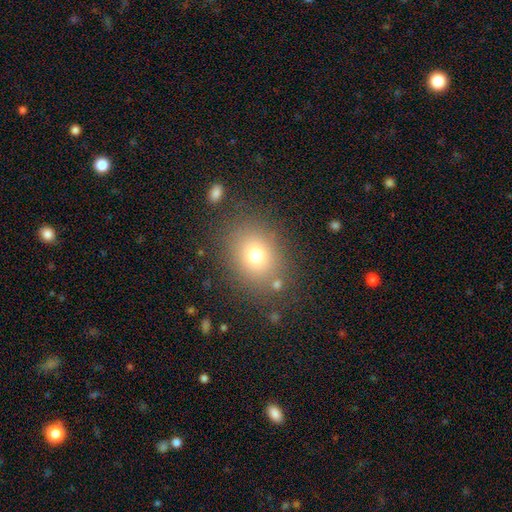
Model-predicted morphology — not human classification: A smooth galaxy with no disk features (73%) that is round (56%).

Vote fractions:
- Smooth or featured? smooth: 73% / star or artifact: 15% / featured or disk: 12%
- How rounded? round: 56% / in between: 43% / cigar-shaped: 1%
- Merging? none: 80% / minor disturbance: 11% / major disturbance: 5% / merger: 4%